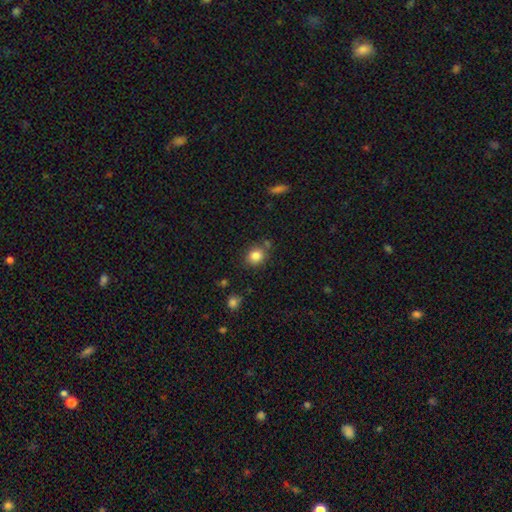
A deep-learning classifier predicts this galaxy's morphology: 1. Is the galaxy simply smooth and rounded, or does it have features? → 84% smooth, 10% star or artifact, 5% featured or disk.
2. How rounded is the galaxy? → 72% round, 27% in between, 1% cigar-shaped.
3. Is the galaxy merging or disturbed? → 76% none, 12% minor disturbance, 8% merger, 4% major disturbance.